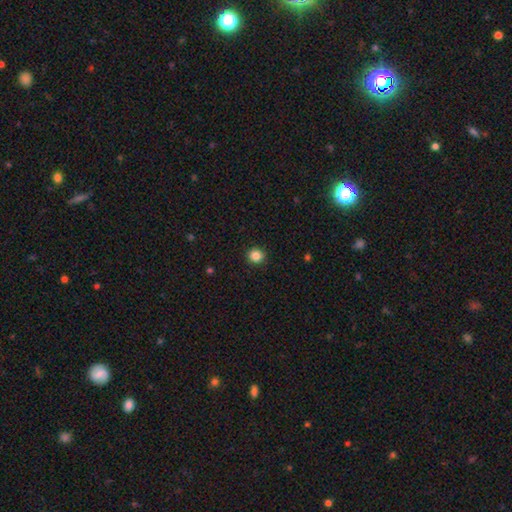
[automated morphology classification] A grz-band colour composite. It shows a smooth galaxy with no disk features (86%) that is round (91%). Merging: none (92%).